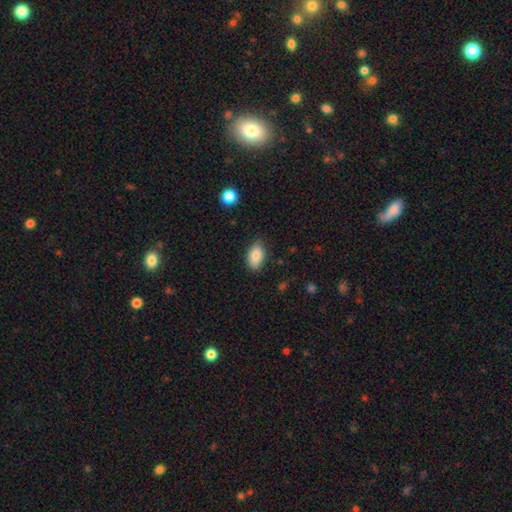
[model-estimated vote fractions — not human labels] Overall: smooth (83%). How rounded: in between (90%). Merging: none (77%).